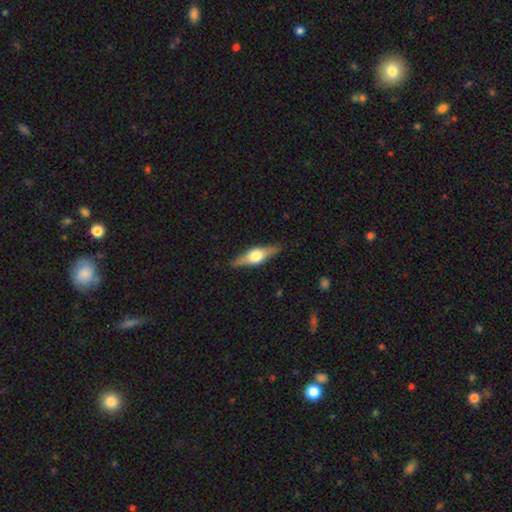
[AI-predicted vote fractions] This appears to be a featured or disk galaxy (67%) viewed edge-on (96%) with a rounded central bulge (92%). Merging: none (88%).